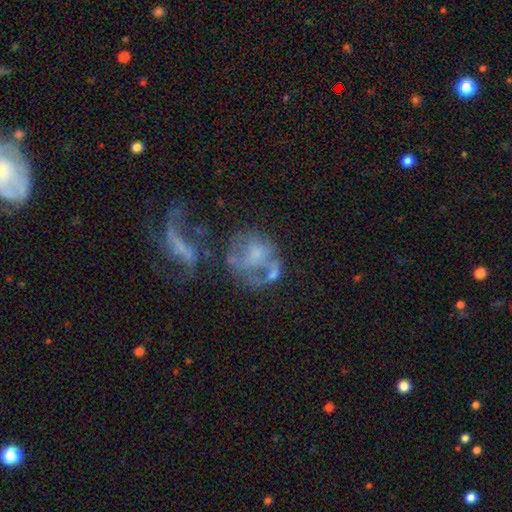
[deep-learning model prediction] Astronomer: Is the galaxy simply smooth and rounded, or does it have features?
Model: featured or disk — 54% (runner-up: smooth, 32%).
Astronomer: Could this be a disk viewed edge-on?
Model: no — 97%.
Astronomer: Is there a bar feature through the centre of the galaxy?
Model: no — 80%.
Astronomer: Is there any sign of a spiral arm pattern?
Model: no — 74%.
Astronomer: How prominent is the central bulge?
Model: none — 50%.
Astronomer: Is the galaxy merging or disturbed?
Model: major disturbance — 33% (runner-up: none, 29%).